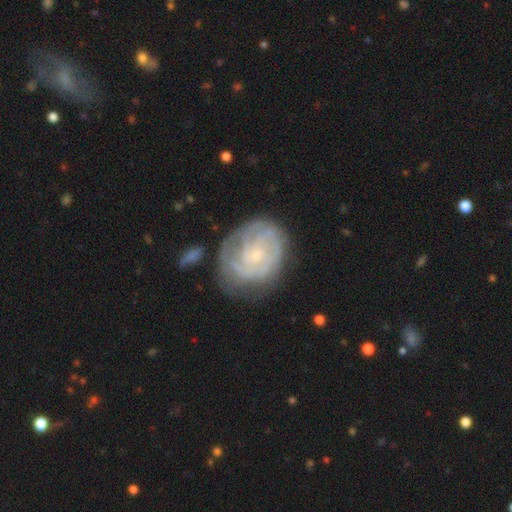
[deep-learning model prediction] featured or disk 79%, smooth 15%, star or artifact 6%. Down the decision tree: edge-on disk — no (98%); bar — no (75%); spiral arms — yes (90%); spiral arm count — can't tell (46%); spiral winding — tight (72%); bulge size — small (80%); merging — none (62%).